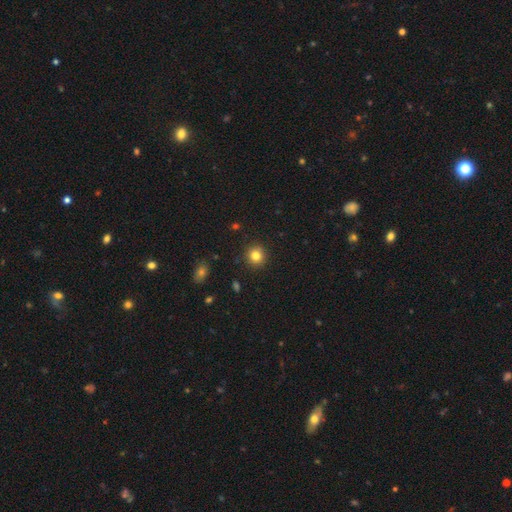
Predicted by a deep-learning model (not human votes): Smooth or featured: smooth — 82% (star or artifact — 12%)
How rounded: round — 90% (in between — 9%)
Merging: none — 91% (minor disturbance — 6%)